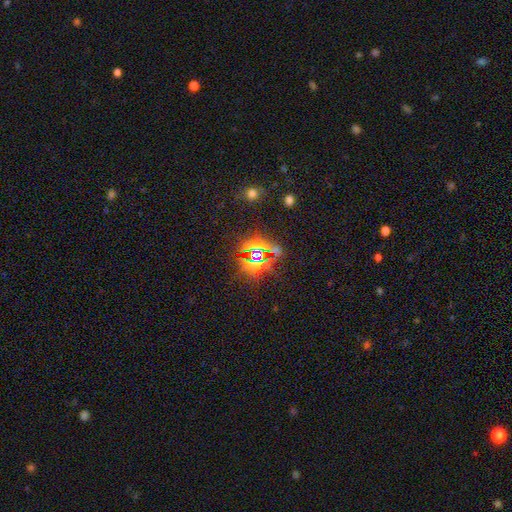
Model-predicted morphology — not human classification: Q: Smooth or featured?
A: star or artifact (77%); runner-up: smooth (13%)